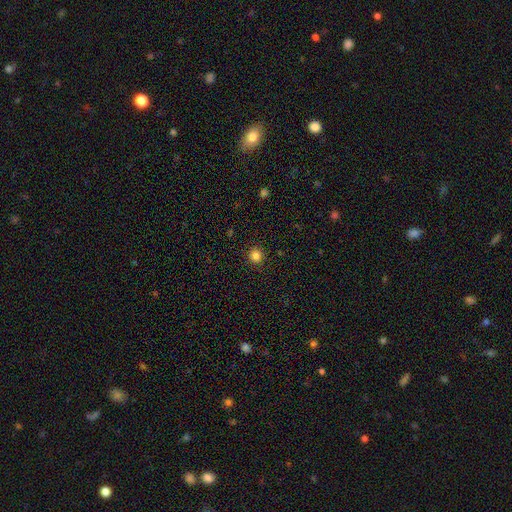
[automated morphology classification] Smooth or featured: smooth — 83% (star or artifact — 13%)
How rounded: round — 94% (in between — 5%)
Merging: none — 92% (minor disturbance — 5%)